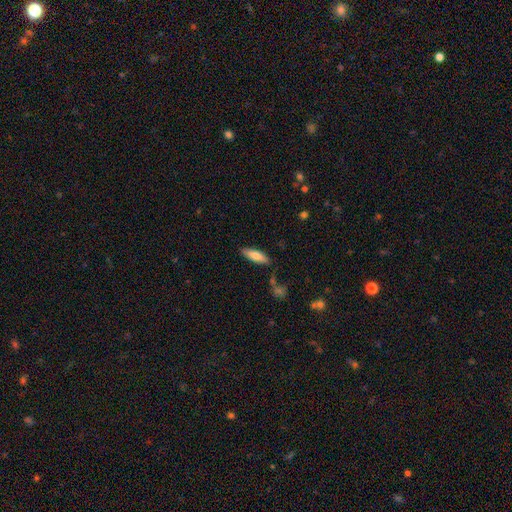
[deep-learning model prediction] Smooth or featured? smooth (79%)
How rounded? in between (53%)
Merging? none (82%)